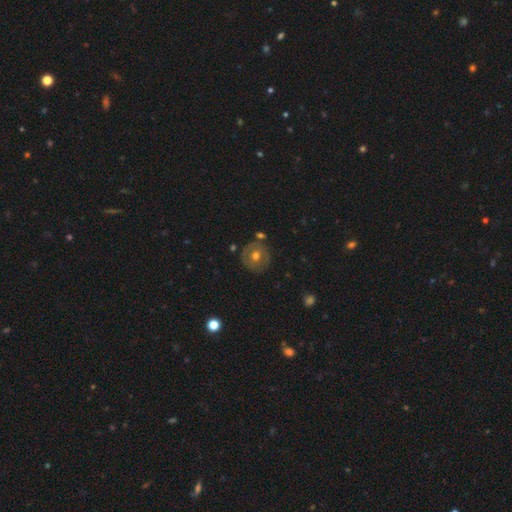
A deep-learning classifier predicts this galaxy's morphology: smooth 52%, featured or disk 39%, star or artifact 9%. Down the decision tree: how rounded — round (91%); merging — none (81%).